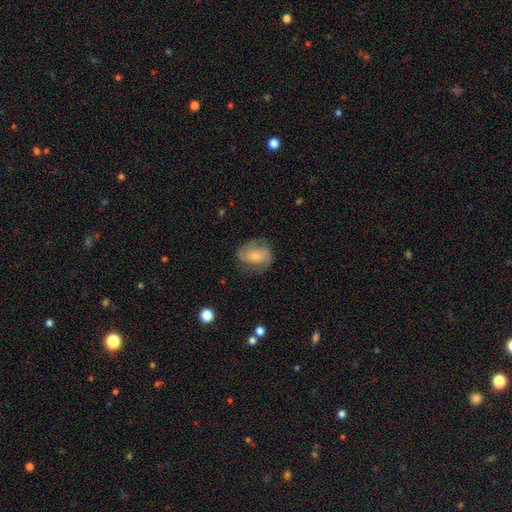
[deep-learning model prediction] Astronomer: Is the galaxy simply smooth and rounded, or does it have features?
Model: featured or disk — 65%.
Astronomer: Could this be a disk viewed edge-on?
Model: no — 97%.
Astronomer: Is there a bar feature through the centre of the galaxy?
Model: no — 58%.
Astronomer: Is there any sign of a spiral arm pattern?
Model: yes — 88%.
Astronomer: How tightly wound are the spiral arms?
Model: medium — 45% (runner-up: tight, 34%).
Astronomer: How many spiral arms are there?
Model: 2 — 78%.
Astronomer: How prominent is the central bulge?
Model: small — 57%.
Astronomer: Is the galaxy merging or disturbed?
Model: none — 69%.